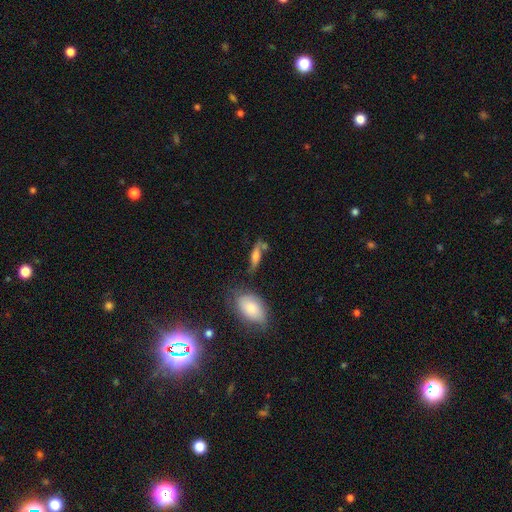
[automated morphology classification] Q: Smooth or featured?
A: smooth (55%); runner-up: featured or disk (35%)
Q: How rounded?
A: cigar-shaped (48%); runner-up: in between (46%)
Q: Merging?
A: none (54%); runner-up: minor disturbance (22%)